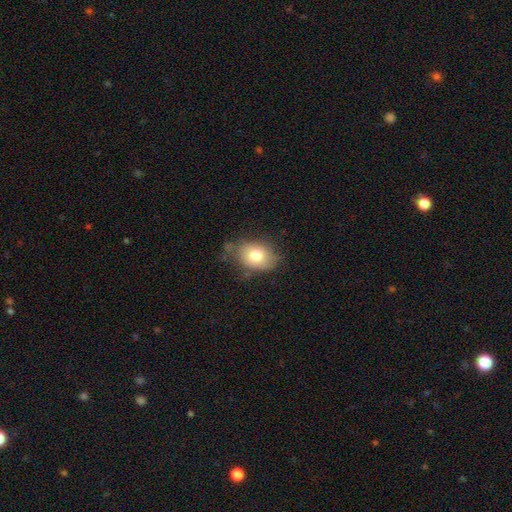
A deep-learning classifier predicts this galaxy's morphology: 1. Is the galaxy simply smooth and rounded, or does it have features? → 77% smooth, 15% featured or disk, 8% star or artifact.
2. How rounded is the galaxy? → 68% in between, 31% round, 1% cigar-shaped.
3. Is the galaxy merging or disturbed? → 65% none, 25% minor disturbance, 7% major disturbance, 3% merger.